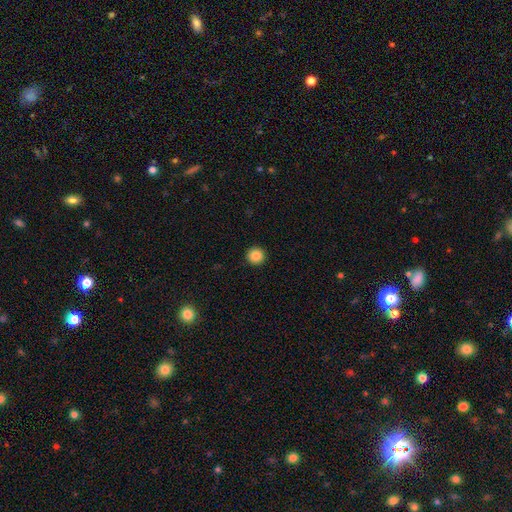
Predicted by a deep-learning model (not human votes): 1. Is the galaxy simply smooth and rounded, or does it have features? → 85% smooth, 10% star or artifact, 5% featured or disk.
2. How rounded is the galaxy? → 96% round, 3% in between, 1% cigar-shaped.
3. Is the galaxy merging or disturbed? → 94% none, 4% minor disturbance, 1% major disturbance, 1% merger.